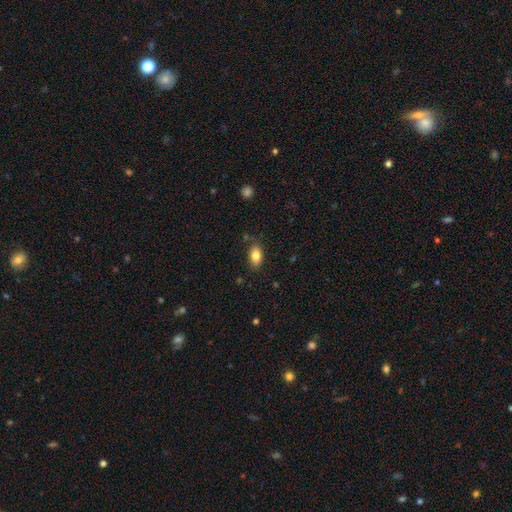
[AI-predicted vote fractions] Smooth or featured? Predicted: smooth (p=0.82). How rounded? Predicted: in between (p=0.90). Merging? Predicted: none (p=0.81).